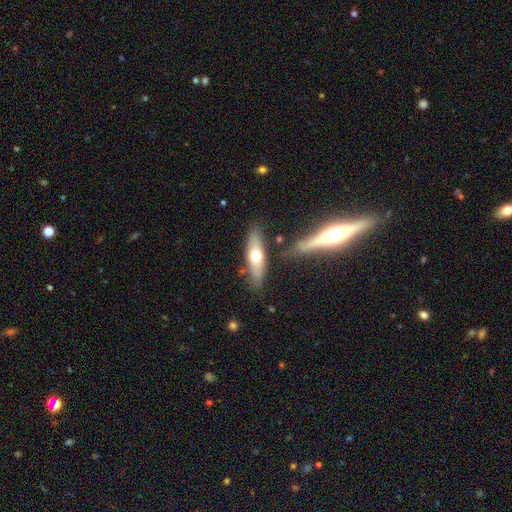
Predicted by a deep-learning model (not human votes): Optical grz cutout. It shows a smooth galaxy with no disk features (54%) that is cigar-shaped (56%). Merging: none (76%).